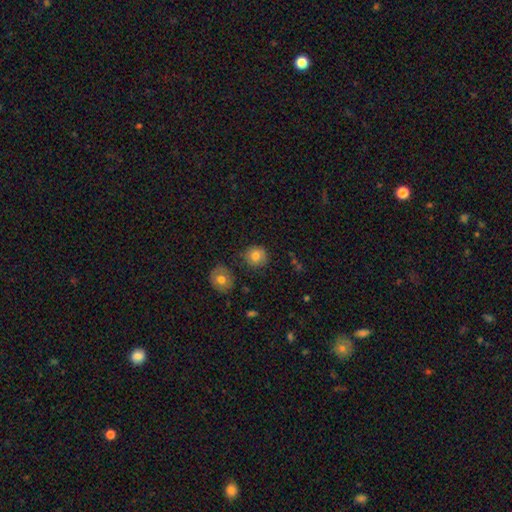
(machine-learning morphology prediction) smooth-or-featured: smooth: 80% | featured or disk: 10% | star or artifact: 9%
  how-rounded: round: 90% | in between: 9% | cigar-shaped: 1%
  merging: none: 80% | minor disturbance: 13% | merger: 4% | major disturbance: 3%